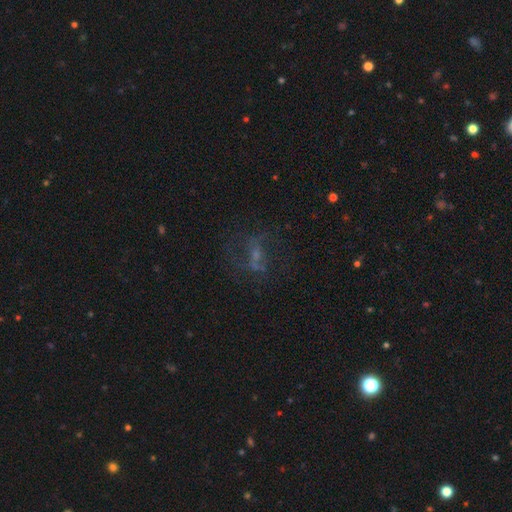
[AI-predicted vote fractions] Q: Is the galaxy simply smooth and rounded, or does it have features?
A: featured or disk — 44%.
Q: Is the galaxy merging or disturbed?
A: none — 53%.